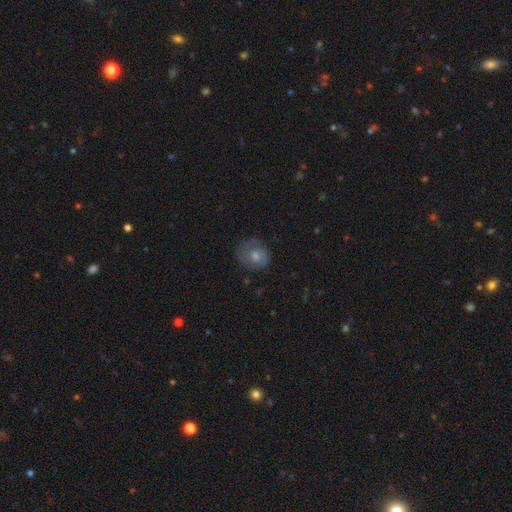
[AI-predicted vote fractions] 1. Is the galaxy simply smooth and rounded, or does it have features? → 46% smooth, 40% featured or disk, 14% star or artifact.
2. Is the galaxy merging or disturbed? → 70% none, 20% minor disturbance, 9% major disturbance, 1% merger.